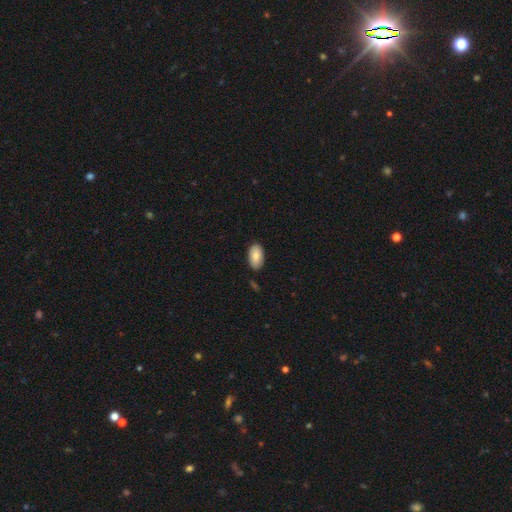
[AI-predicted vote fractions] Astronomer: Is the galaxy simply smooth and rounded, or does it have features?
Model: smooth — 81%.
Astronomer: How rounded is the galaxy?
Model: in between — 95%.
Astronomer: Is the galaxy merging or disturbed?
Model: none — 84%.